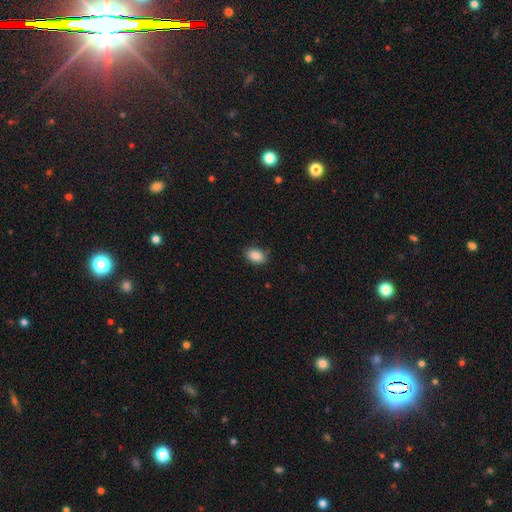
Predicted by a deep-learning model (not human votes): The model was most divided on "merging": none: 84%, minor disturbance: 13%, major disturbance: 3%, merger: 1%. More confident: smooth or featured — smooth (88%); how rounded — in between (88%).